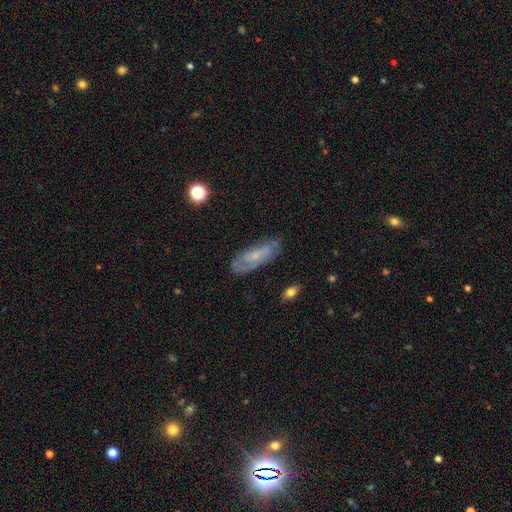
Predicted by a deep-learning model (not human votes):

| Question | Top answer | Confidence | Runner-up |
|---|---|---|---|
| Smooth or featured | featured or disk | 55% | smooth (36%) |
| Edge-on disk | no | 80% | yes (20%) |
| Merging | none | 71% | minor disturbance (20%) |